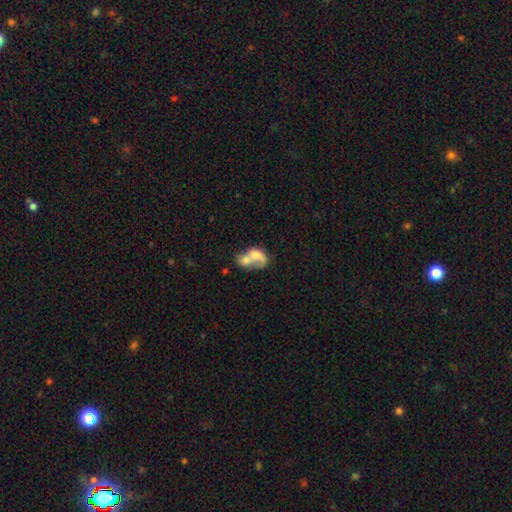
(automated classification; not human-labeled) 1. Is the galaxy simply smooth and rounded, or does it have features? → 59% smooth, 33% featured or disk, 8% star or artifact.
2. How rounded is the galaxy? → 75% in between, 23% round, 2% cigar-shaped.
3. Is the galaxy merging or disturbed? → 71% merger, 11% none, 11% major disturbance, 7% minor disturbance.